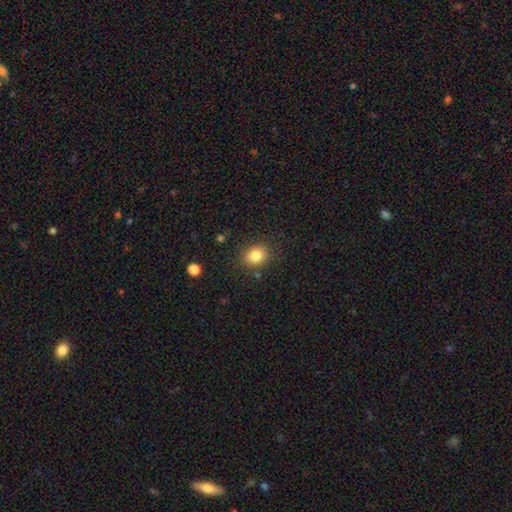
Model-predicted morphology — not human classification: A smooth galaxy with no disk features (84%) that is round (58%). Merging: none (84%).